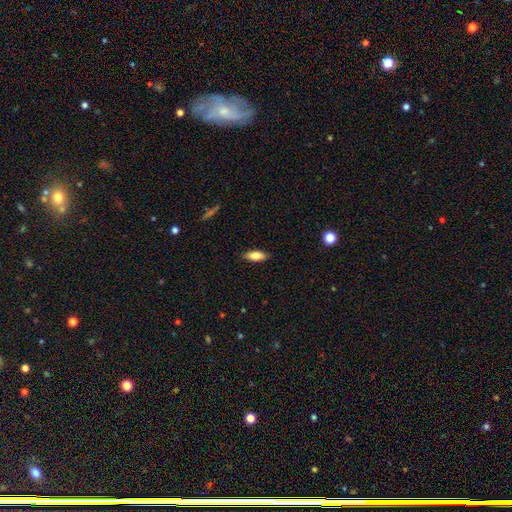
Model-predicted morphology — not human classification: Smooth or featured: smooth — 82% (featured or disk — 11%)
How rounded: in between — 75% (cigar-shaped — 22%)
Merging: none — 88% (minor disturbance — 9%)